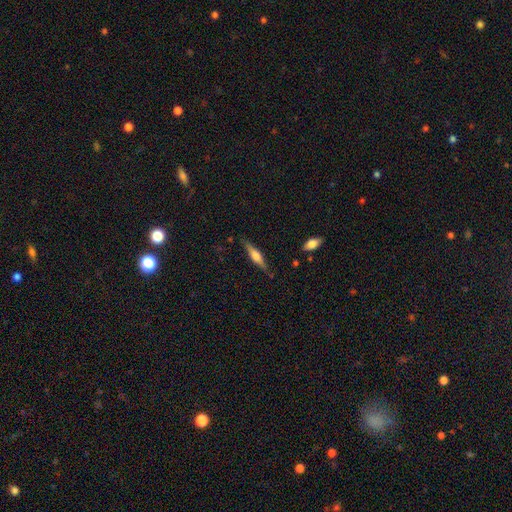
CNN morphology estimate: Q: Smooth or featured?
A: featured or disk (62%); runner-up: smooth (31%)
Q: Edge-on disk?
A: yes (96%); runner-up: no (4%)
Q: Edge-on bulge?
A: rounded (80%); runner-up: boxy (16%)
Q: Merging?
A: none (83%); runner-up: minor disturbance (12%)